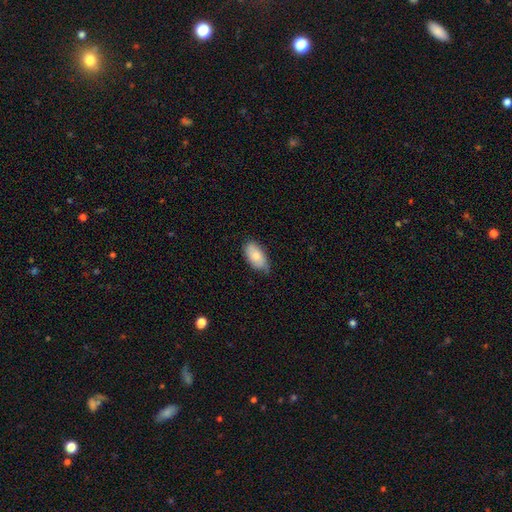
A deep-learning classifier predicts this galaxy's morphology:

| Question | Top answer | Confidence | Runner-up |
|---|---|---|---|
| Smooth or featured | smooth | 77% | featured or disk (17%) |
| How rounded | in between | 93% | cigar-shaped (4%) |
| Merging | none | 67% | minor disturbance (28%) |